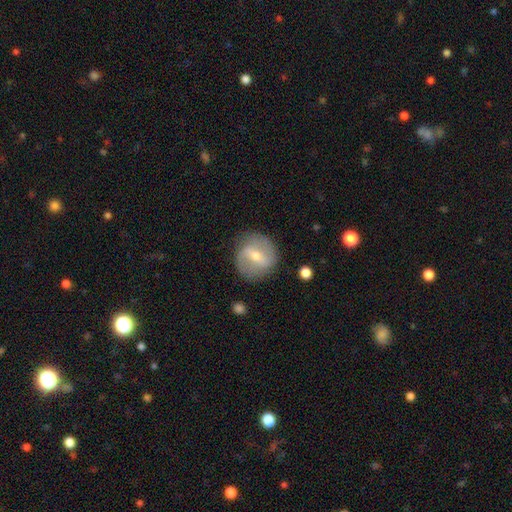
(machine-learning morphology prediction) Q: Smooth or featured?
A: featured or disk (65%); runner-up: smooth (28%)
Q: Edge-on disk?
A: no (95%); runner-up: yes (5%)
Q: Bar?
A: weak (47%); runner-up: strong (37%)
Q: Spiral arms?
A: yes (72%); runner-up: no (28%)
Q: Bulge size?
A: moderate (53%); runner-up: small (43%)
Q: Merging?
A: none (79%); runner-up: minor disturbance (14%)